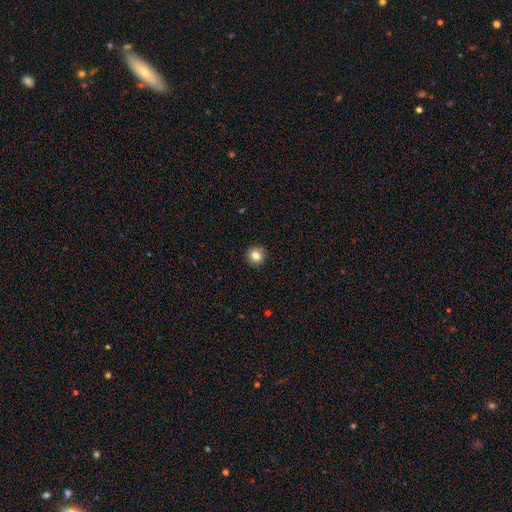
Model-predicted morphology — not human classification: smooth_or_featured: smooth (p=0.82) [alt: star or artifact p=0.10]
how_rounded: round (p=0.88) [alt: in between p=0.11]
merging: none (p=0.89) [alt: minor disturbance p=0.08]